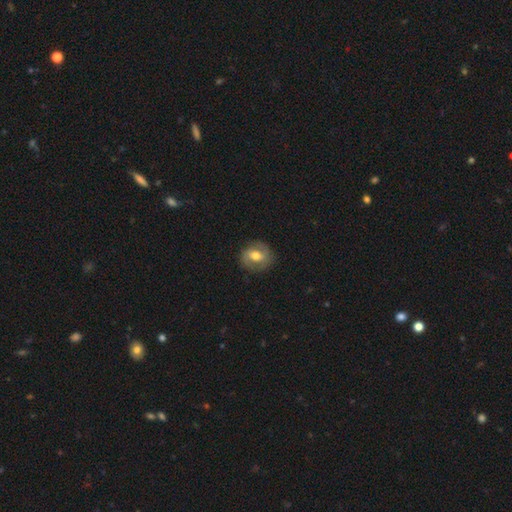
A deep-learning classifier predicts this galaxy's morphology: smooth_or_featured: featured or disk (p=0.61) [alt: smooth p=0.32]
disk_edge_on: no (p=0.96) [alt: yes p=0.04]
bar: weak (p=0.44) [alt: no p=0.31]
has_spiral_arms: yes (p=0.78) [alt: no p=0.22]
bulge_size: moderate (p=0.74) [alt: large p=0.12]
merging: none (p=0.82) [alt: minor disturbance p=0.13]